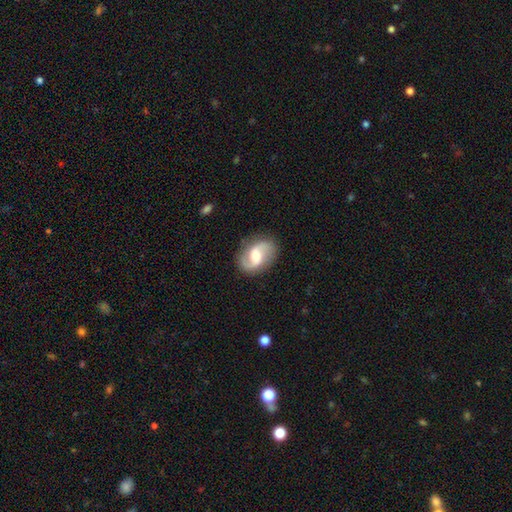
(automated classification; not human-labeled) smooth_or_featured: featured or disk (p=0.77) [alt: smooth p=0.17]
disk_edge_on: no (p=0.97) [alt: yes p=0.03]
bar: weak (p=0.50) [alt: no p=0.32]
has_spiral_arms: yes (p=0.93) [alt: no p=0.07]
spiral_winding: loose (p=0.49) [alt: medium p=0.40]
spiral_arm_count: 2 (p=0.90) [alt: can't tell p=0.03]
bulge_size: moderate (p=0.66) [alt: small p=0.19]
merging: none (p=0.82) [alt: minor disturbance p=0.12]